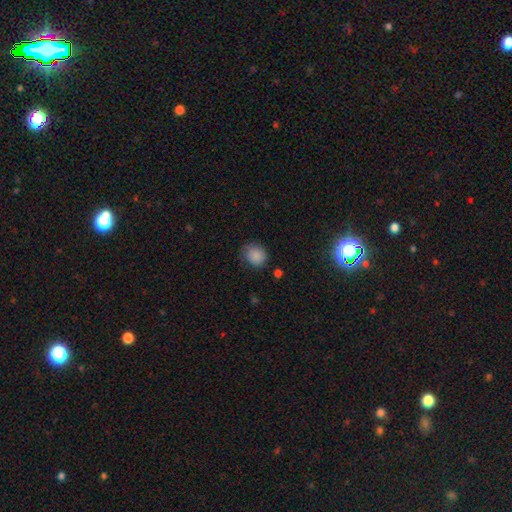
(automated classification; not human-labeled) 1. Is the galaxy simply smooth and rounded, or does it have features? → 86% smooth, 9% star or artifact, 4% featured or disk.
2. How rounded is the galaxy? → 75% round, 24% in between, 1% cigar-shaped.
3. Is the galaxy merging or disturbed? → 73% none, 21% minor disturbance, 5% major disturbance, 2% merger.